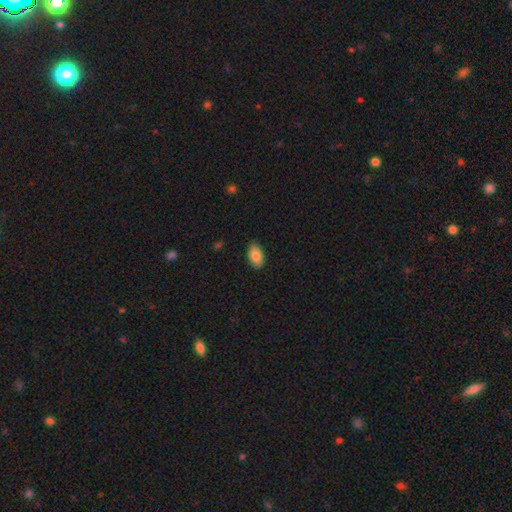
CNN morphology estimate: Smooth or featured?
  - smooth: 84% *
  - featured or disk: 9%
  - star or artifact: 7%
How rounded?
  - in between: 93% *
  - round: 5%
  - cigar-shaped: 2%
Merging?
  - none: 87% *
  - minor disturbance: 10%
  - major disturbance: 2%
  - merger: 1%